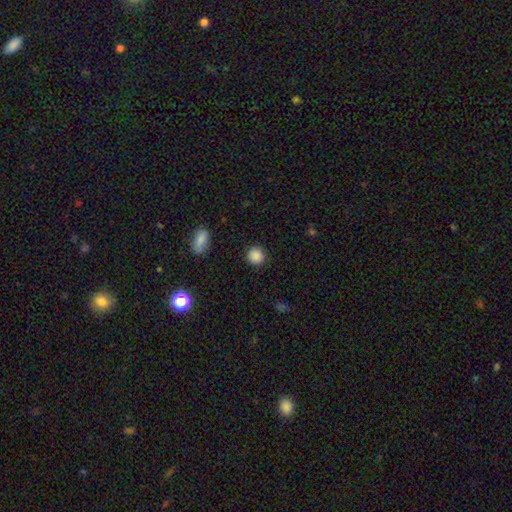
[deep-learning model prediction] smooth 88%, star or artifact 9%, featured or disk 3%. Down the decision tree: how rounded — round (92%); merging — none (90%).